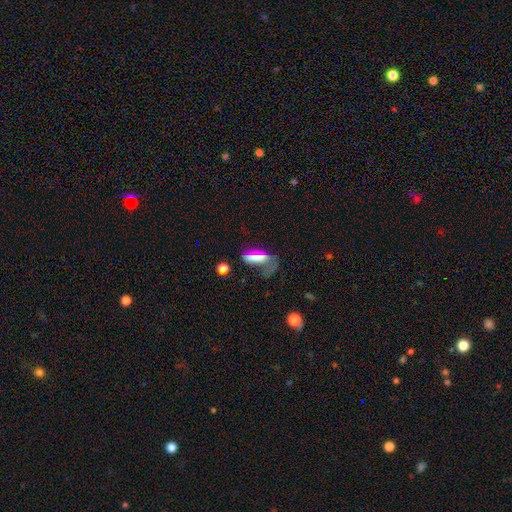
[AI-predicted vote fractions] smooth-or-featured: smooth: 58% | featured or disk: 28% | star or artifact: 14%
  how-rounded: cigar-shaped: 51% | in between: 42% | round: 7%
  merging: major disturbance: 40% | none: 31% | minor disturbance: 22% | merger: 8%